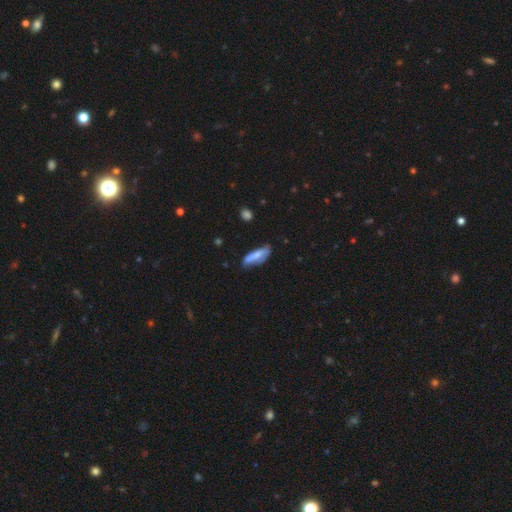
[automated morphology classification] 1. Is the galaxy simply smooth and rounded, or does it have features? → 66% smooth, 28% featured or disk, 7% star or artifact.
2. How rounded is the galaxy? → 52% in between, 46% cigar-shaped, 2% round.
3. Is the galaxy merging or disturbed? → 57% none, 31% minor disturbance, 9% major disturbance, 3% merger.